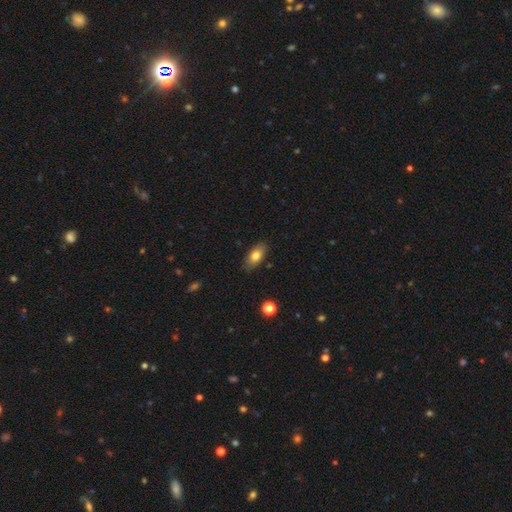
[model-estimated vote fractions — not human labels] smooth 78%, featured or disk 15%, star or artifact 8%. Down the decision tree: how rounded — in between (88%); merging — none (84%).